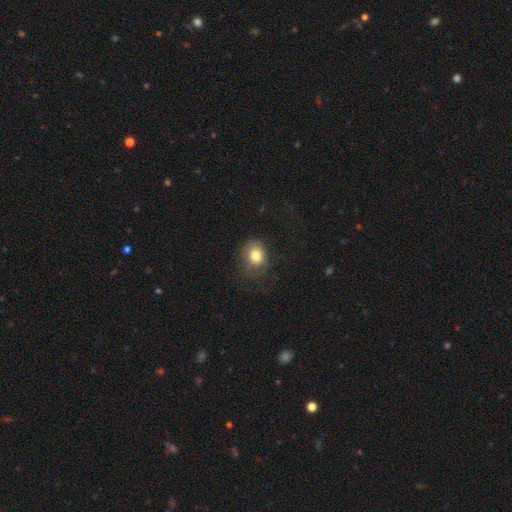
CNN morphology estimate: Smooth or featured? Predicted: smooth (p=0.80). How rounded? Predicted: round (p=0.60). Merging? Predicted: none (p=0.65).